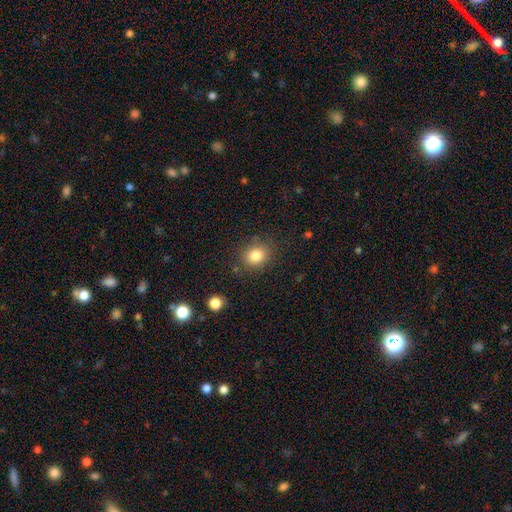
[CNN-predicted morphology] Smooth or featured? Predicted: smooth (p=0.82). How rounded? Predicted: round (p=0.68). Merging? Predicted: none (p=0.82).